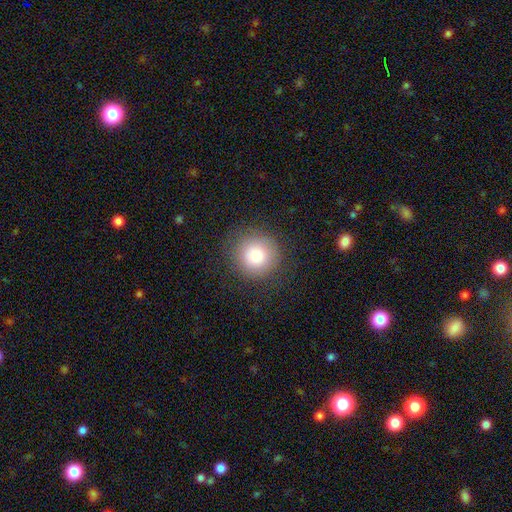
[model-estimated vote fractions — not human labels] smooth_or_featured: smooth (p=0.79) [alt: star or artifact p=0.11]
how_rounded: round (p=0.94) [alt: in between p=0.05]
merging: none (p=0.87) [alt: minor disturbance p=0.08]